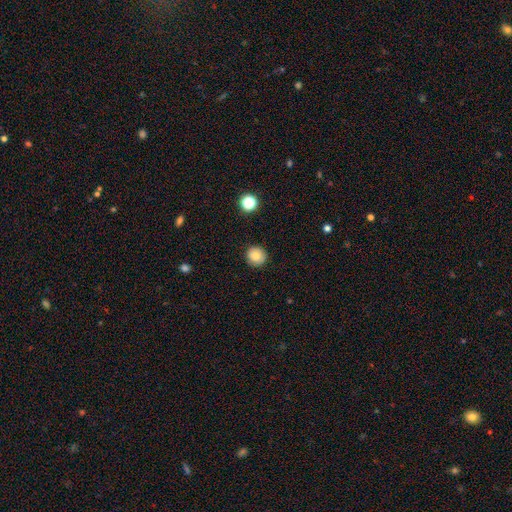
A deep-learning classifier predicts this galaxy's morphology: A smooth galaxy with no disk features (82%) that is round (92%). Merging: none (88%).